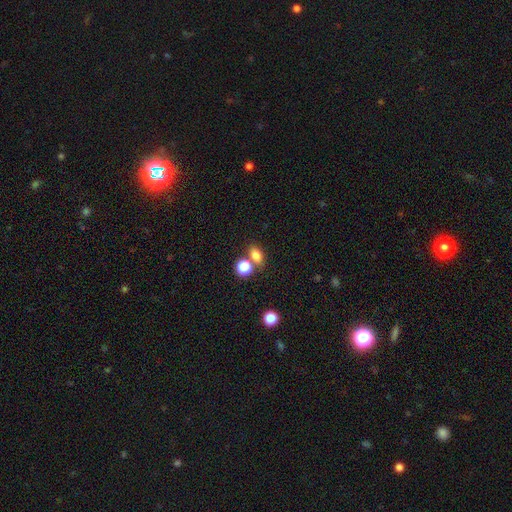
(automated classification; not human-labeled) A smooth galaxy with no disk features (78%) that is in between round and cigar-shaped (70%).

Vote fractions:
- Smooth or featured? smooth: 78% / star or artifact: 14% / featured or disk: 8%
- How rounded? in between: 70% / round: 28% / cigar-shaped: 2%
- Merging? none: 62% / merger: 24% / minor disturbance: 10% / major disturbance: 4%